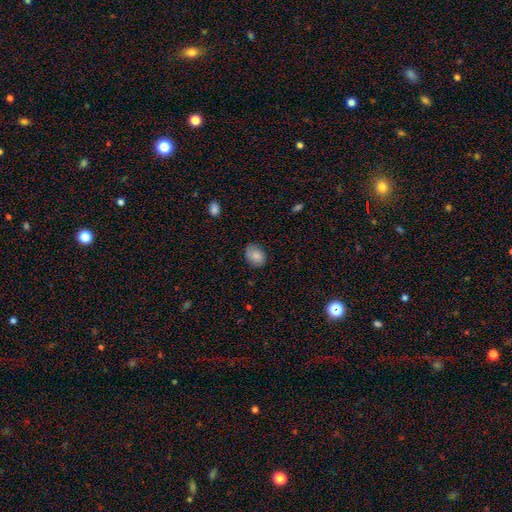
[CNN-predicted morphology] Overall: smooth (81%). How rounded: in between (69%; round 30%). Merging: none (74%).